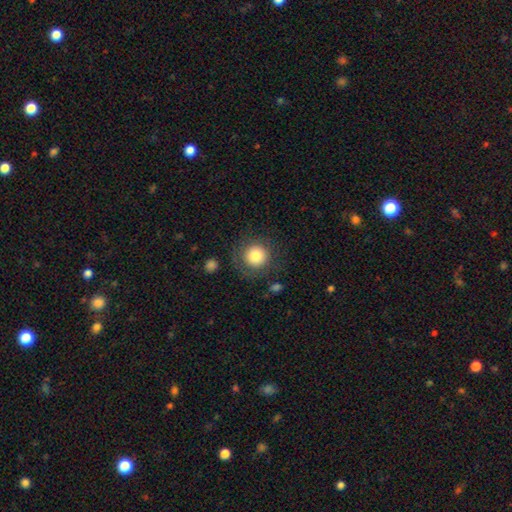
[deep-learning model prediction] This is clearly a smooth galaxy (80%). How rounded: clearly round (94%). Merging: likely none (80%).